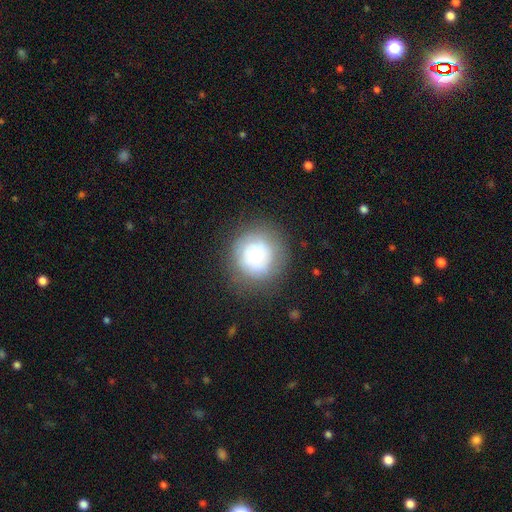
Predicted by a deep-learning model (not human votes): This is possibly a smooth galaxy (59%). How rounded: clearly round (92%). Merging: likely none (76%).